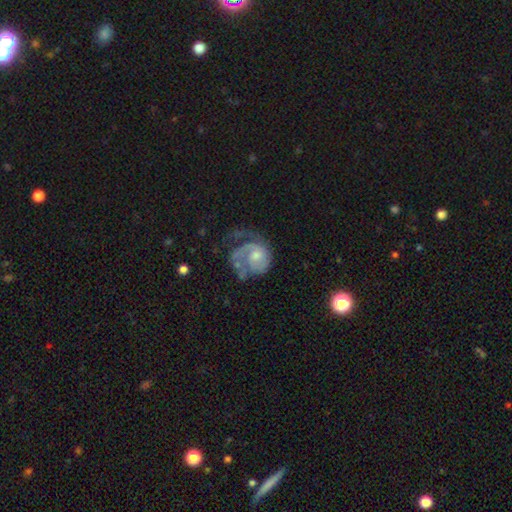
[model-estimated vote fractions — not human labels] smooth_or_featured: featured or disk (p=0.72) [alt: smooth p=0.22]
disk_edge_on: no (p=0.98) [alt: yes p=0.02]
bar: no (p=0.74) [alt: weak p=0.23]
has_spiral_arms: yes (p=0.83) [alt: no p=0.17]
spiral_winding: tight (p=0.38) [alt: medium p=0.36]
spiral_arm_count: 1 (p=0.61) [alt: 2 p=0.20]
bulge_size: moderate (p=0.49) [alt: small p=0.30]
merging: major disturbance (p=0.41) [alt: none p=0.33]